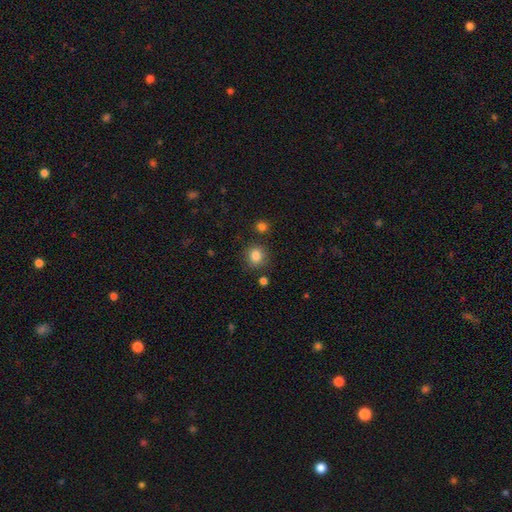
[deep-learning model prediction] Smooth or featured: smooth — 84% (star or artifact — 11%)
How rounded: round — 85% (in between — 14%)
Merging: none — 82% (minor disturbance — 9%)